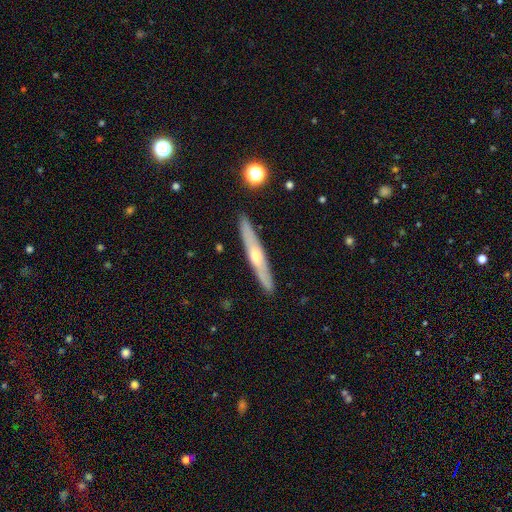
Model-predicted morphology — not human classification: Overall: featured or disk (58%; smooth 36%). Edge-on disk: yes (90%). Edge-on bulge: rounded (78%). Merging: none (90%).